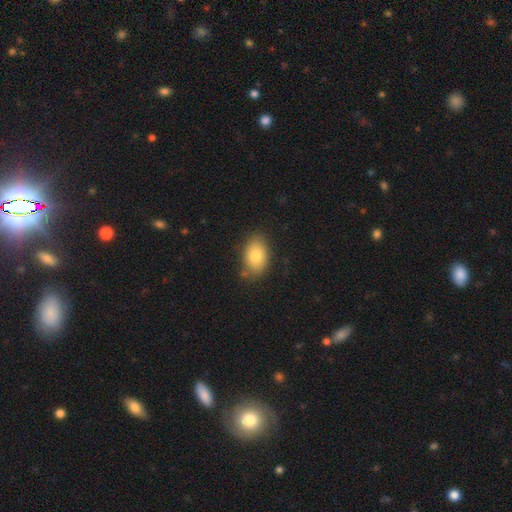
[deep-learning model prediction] Smooth or featured: smooth — 82% (featured or disk — 10%)
How rounded: in between — 87% (round — 12%)
Merging: none — 79% (minor disturbance — 15%)